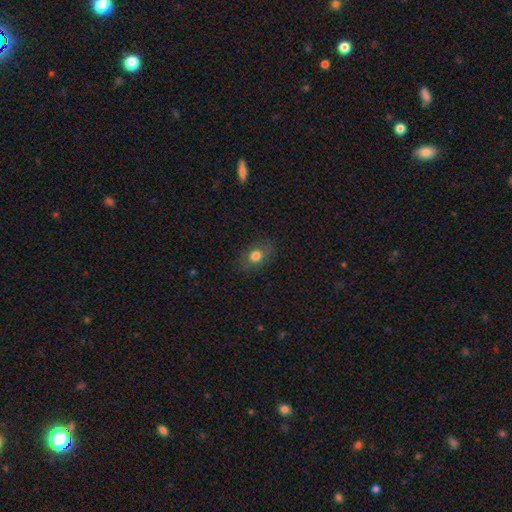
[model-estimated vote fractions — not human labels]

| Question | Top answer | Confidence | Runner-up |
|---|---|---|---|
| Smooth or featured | smooth | 77% | star or artifact (12%) |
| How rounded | in between | 60% | round (38%) |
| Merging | none | 82% | minor disturbance (13%) |